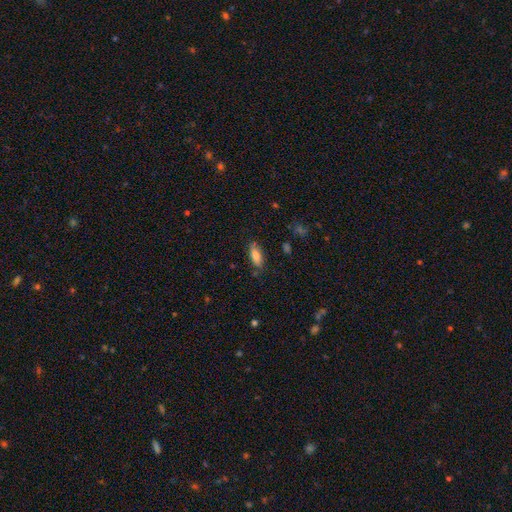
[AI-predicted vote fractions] Morphology: type=smooth (78%); roundness=in between (72%); merging=none (80%).